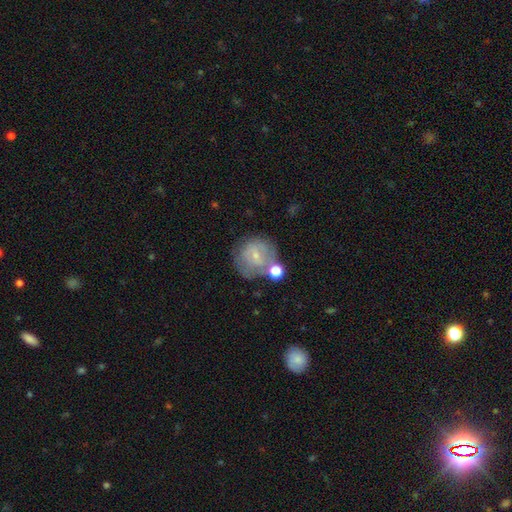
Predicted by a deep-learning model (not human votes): The model was most divided on "smooth or featured": smooth: 53%, featured or disk: 37%, star or artifact: 10%. Remaining: how rounded — round (86%); merging — none (48%).